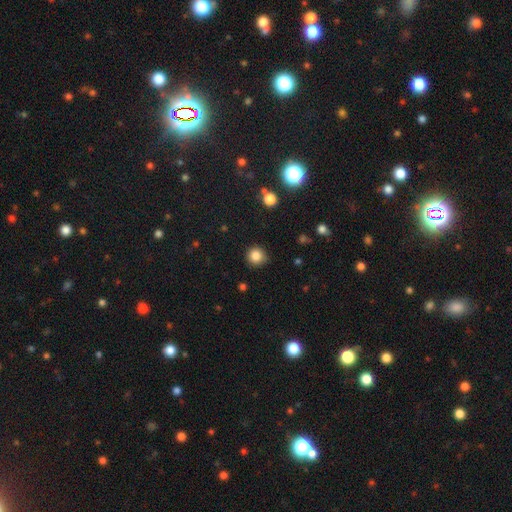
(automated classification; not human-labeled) This appears to be a smooth galaxy with no disk features (84%) that is round (93%). Merging: none (86%).